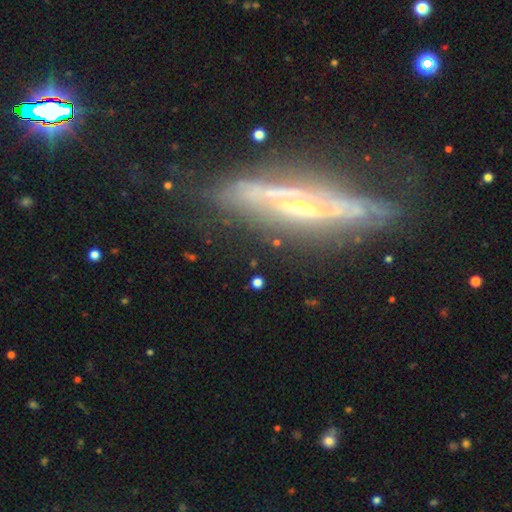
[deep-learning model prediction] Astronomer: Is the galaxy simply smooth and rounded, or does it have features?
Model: featured or disk — 78%.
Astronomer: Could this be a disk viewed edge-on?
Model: yes — 60% (runner-up: no, 40%).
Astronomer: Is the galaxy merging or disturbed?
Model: none — 66%.